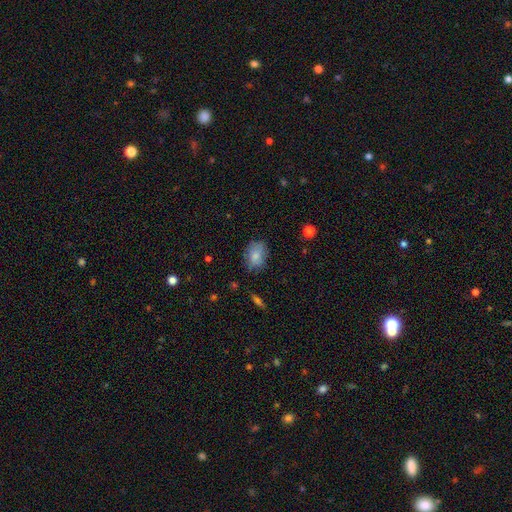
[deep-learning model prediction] This is likely a smooth galaxy (79%). How rounded: likely in between (75%). Merging: likely none (69%).